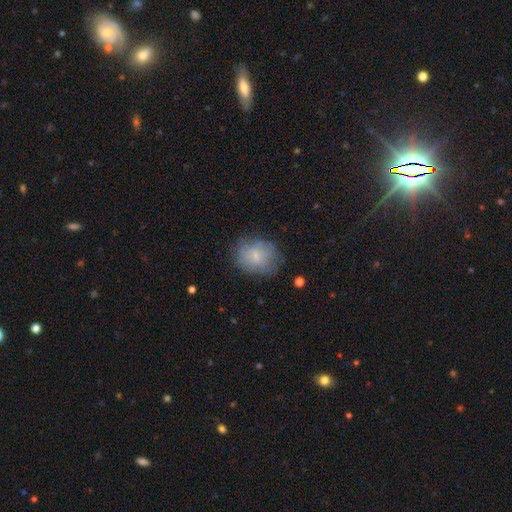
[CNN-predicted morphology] Smooth or featured?
  - smooth: 68% *
  - featured or disk: 24%
  - star or artifact: 9%
How rounded?
  - round: 55% *
  - in between: 44%
  - cigar-shaped: 1%
Merging?
  - none: 65% *
  - minor disturbance: 24%
  - major disturbance: 9%
  - merger: 2%